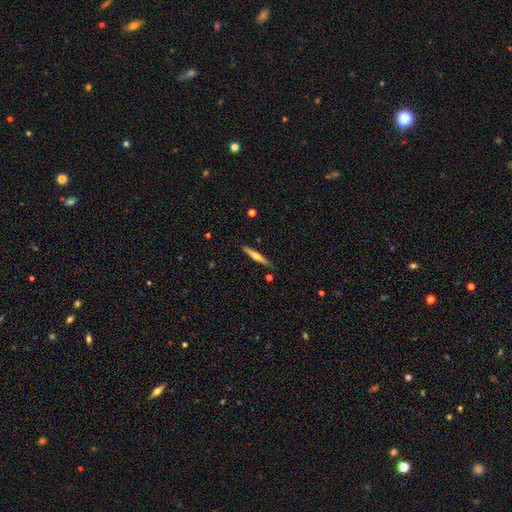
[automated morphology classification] Overall: featured or disk (56%; smooth 39%). Edge-on disk: yes (97%). Edge-on bulge: rounded (83%). Merging: none (88%).